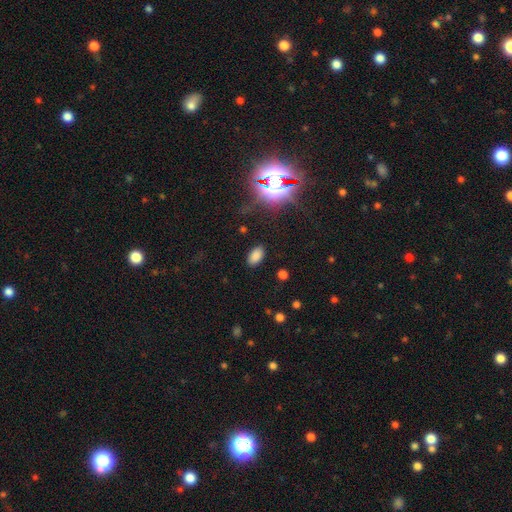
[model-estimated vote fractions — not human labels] Q: Smooth or featured?
A: smooth (80%); runner-up: star or artifact (16%)
Q: How rounded?
A: in between (93%); runner-up: round (5%)
Q: Merging?
A: none (87%); runner-up: minor disturbance (9%)